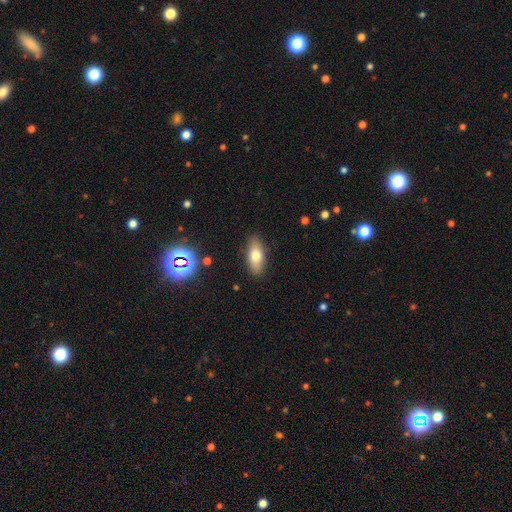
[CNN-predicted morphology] Smooth or featured?
  - smooth: 73% *
  - featured or disk: 18%
  - star or artifact: 9%
How rounded?
  - in between: 83% *
  - cigar-shaped: 13%
  - round: 4%
Merging?
  - none: 87% *
  - minor disturbance: 10%
  - major disturbance: 2%
  - merger: 1%